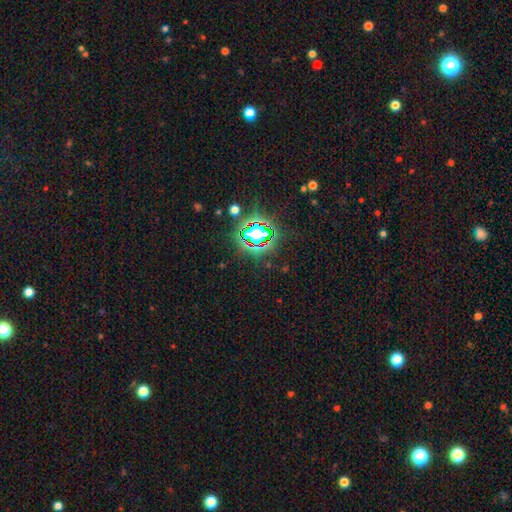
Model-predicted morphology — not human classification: A star or artifact, not a galaxy (83%).